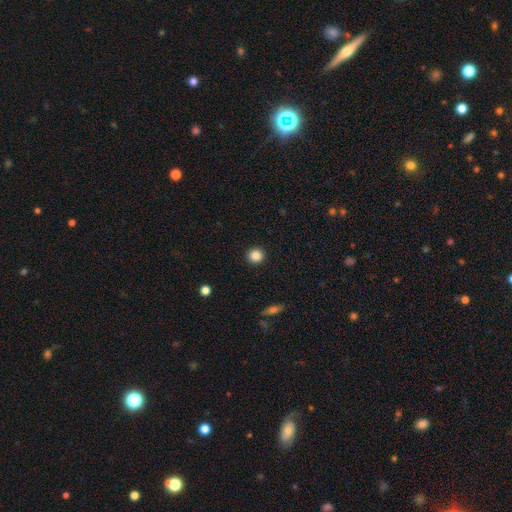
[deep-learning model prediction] Smooth or featured? smooth (86%)
How rounded? round (93%)
Merging? none (92%)